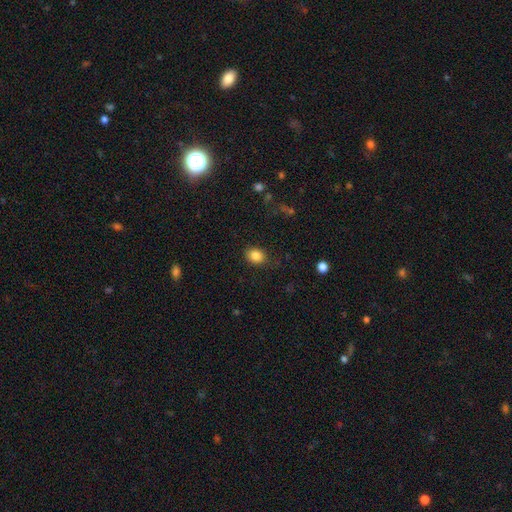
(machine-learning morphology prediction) A smooth galaxy with no disk features (85%) that is in between round and cigar-shaped (50%). Merging: none (84%).